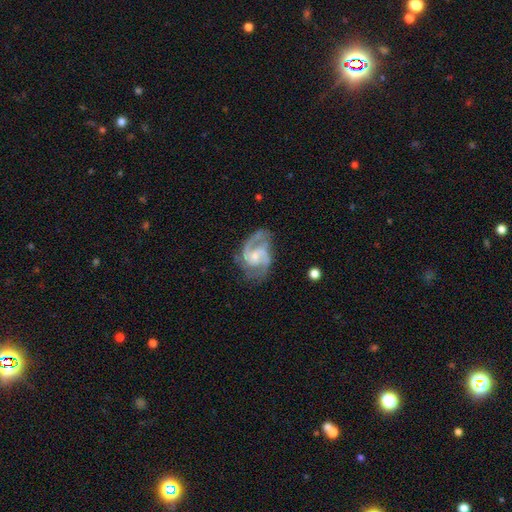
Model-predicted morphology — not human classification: This appears to be a featured or disk galaxy (89%) with a weak bar (45%, tied with no), 2 (70%) medium (59%) spiral arms (97%) and a small central bulge (57%). Merging: none (64%).